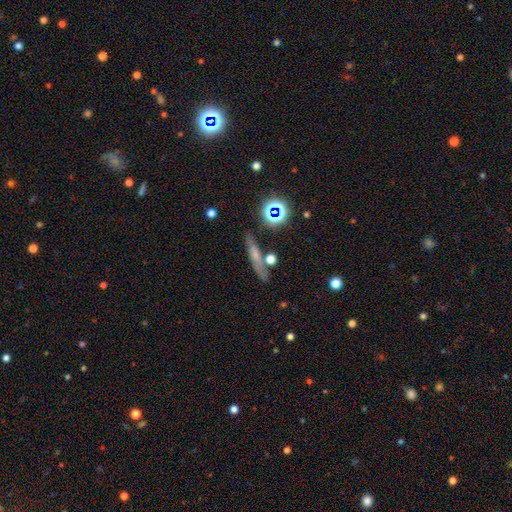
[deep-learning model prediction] Smooth or featured?
  - smooth: 52% *
  - featured or disk: 29%
  - star or artifact: 19%
How rounded?
  - cigar-shaped: 75% *
  - in between: 14%
  - round: 11%
Merging?
  - none: 76% *
  - minor disturbance: 13%
  - merger: 7%
  - major disturbance: 4%